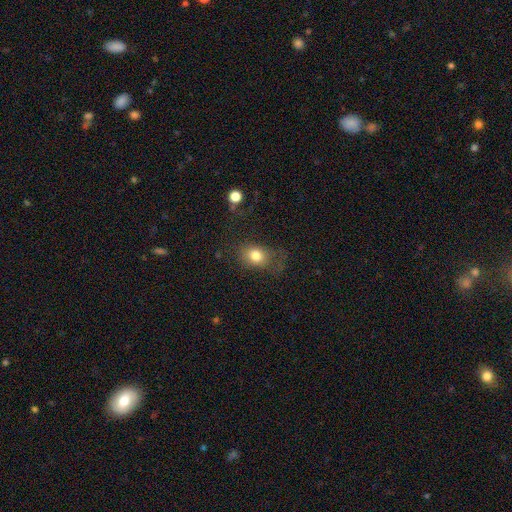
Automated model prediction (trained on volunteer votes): smooth_or_featured: smooth (p=0.79) [alt: star or artifact p=0.11]
how_rounded: in between (p=0.53) [alt: round p=0.45]
merging: none (p=0.55) [alt: minor disturbance p=0.23]